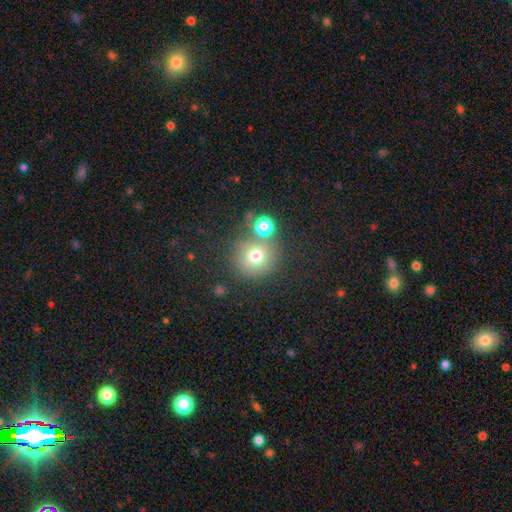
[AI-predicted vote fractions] Morphology: type=smooth (72%); roundness=round (92%); merging=none (69%).